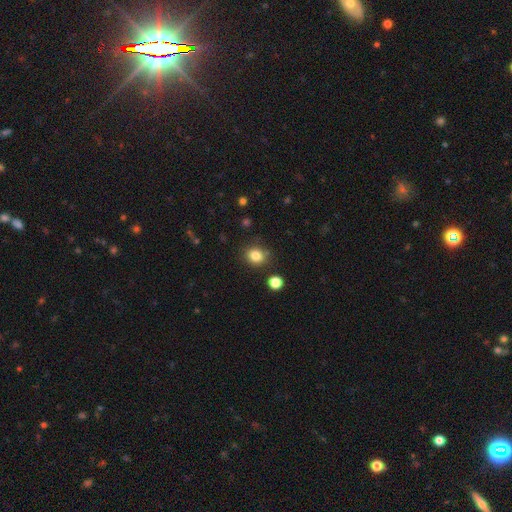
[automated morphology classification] A smooth galaxy with no disk features (83%) that is round (70%). Merging: none (81%).